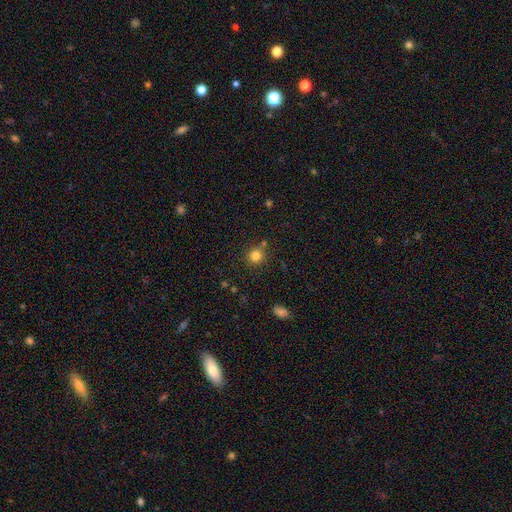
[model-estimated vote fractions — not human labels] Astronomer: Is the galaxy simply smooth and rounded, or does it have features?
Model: smooth — 81%.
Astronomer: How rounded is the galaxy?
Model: round — 91%.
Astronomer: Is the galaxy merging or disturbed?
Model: none — 80%.